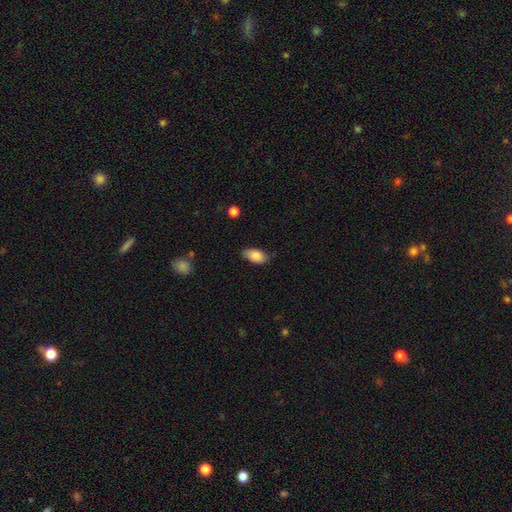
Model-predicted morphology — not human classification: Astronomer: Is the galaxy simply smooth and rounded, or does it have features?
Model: smooth — 86%.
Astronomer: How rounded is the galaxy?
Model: in between — 93%.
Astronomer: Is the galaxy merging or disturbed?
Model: none — 76%.